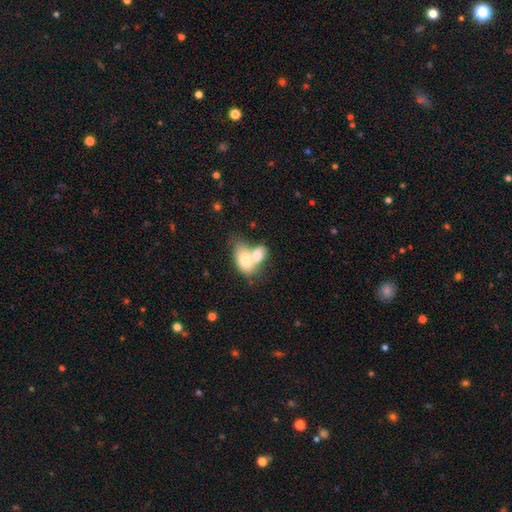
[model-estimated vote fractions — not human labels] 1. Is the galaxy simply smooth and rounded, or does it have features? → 69% smooth, 24% featured or disk, 7% star or artifact.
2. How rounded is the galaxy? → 81% in between, 17% round, 2% cigar-shaped.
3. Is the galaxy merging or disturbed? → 77% merger, 13% none, 6% minor disturbance, 5% major disturbance.